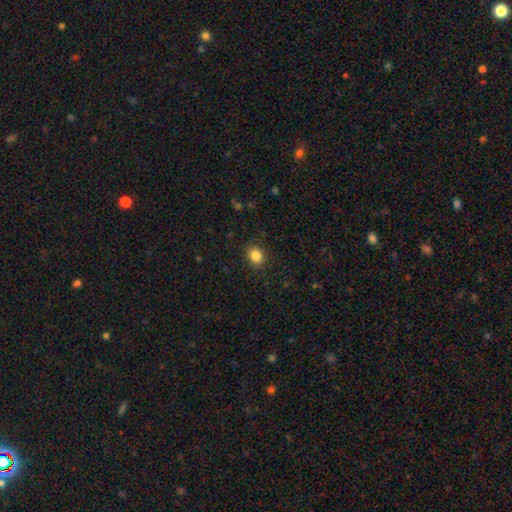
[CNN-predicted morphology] smooth 85%, star or artifact 10%, featured or disk 5%. Down the decision tree: how rounded — round (50%); merging — none (87%).